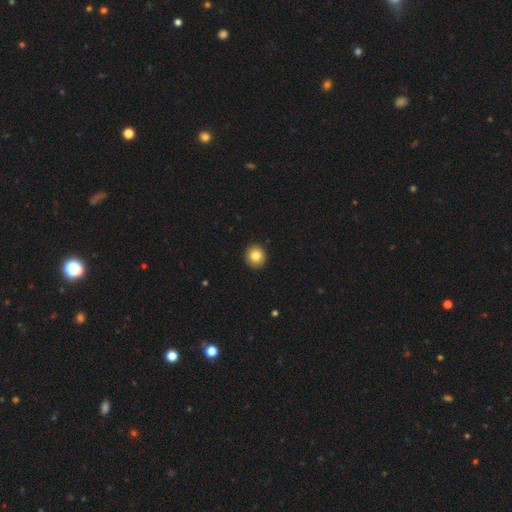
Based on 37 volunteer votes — A smooth galaxy with no disk features (84%) that is round (97%).

Vote fractions:
- Smooth or featured? smooth: 84% / featured or disk: 8% / star or artifact: 8%
- How rounded? round: 97% / in between: 3% / cigar-shaped: 0%
- Merging? none: 97% / minor disturbance: 3% / major disturbance: 0% / merger: 0%